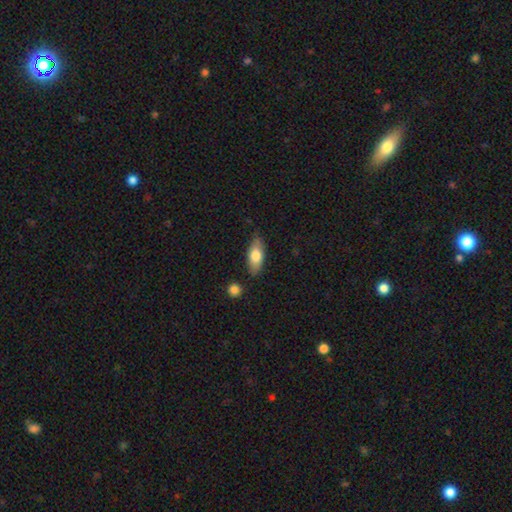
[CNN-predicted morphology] This appears to be a smooth galaxy with no disk features (73%) that is in between round and cigar-shaped (78%). Merging: none (79%).